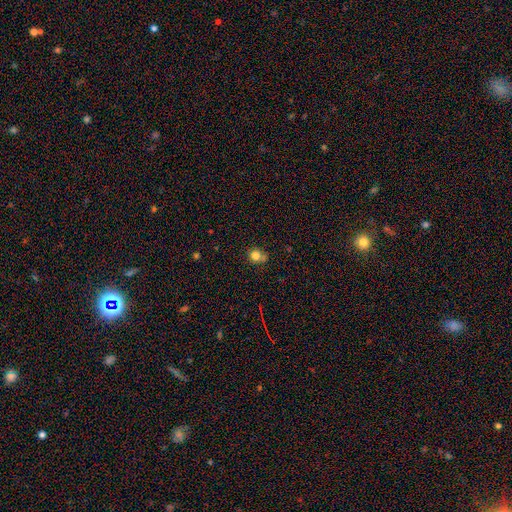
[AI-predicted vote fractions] Smooth or featured: smooth — 80% (star or artifact — 13%)
How rounded: round — 87% (in between — 12%)
Merging: none — 65% (merger — 17%)